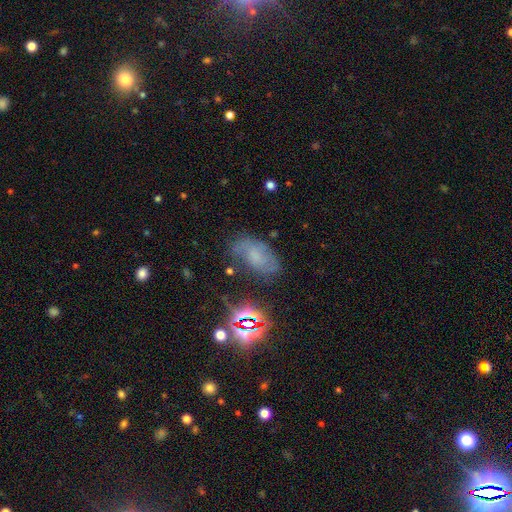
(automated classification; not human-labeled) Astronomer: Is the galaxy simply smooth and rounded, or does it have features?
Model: featured or disk — 40% (runner-up: smooth, 37%).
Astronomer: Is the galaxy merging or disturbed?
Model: none — 60%.